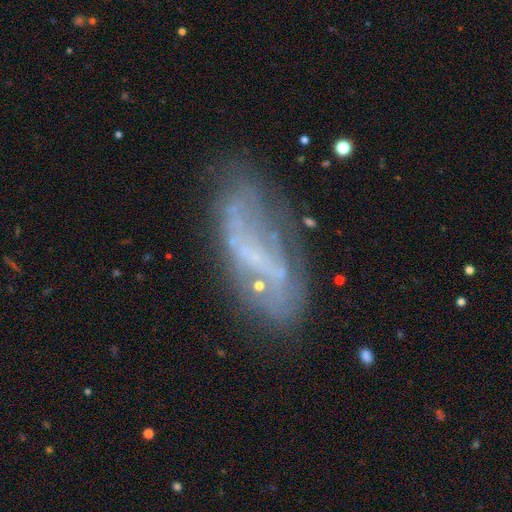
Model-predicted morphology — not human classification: Smooth or featured: featured or disk — 60% (smooth — 28%)
Edge-on disk: no — 88% (yes — 12%)
Bar: no — 49% (weak — 31%)
Spiral arms: no — 59% (yes — 41%)
Bulge size: none — 56% (small — 33%)
Merging: none — 49% (minor disturbance — 25%)